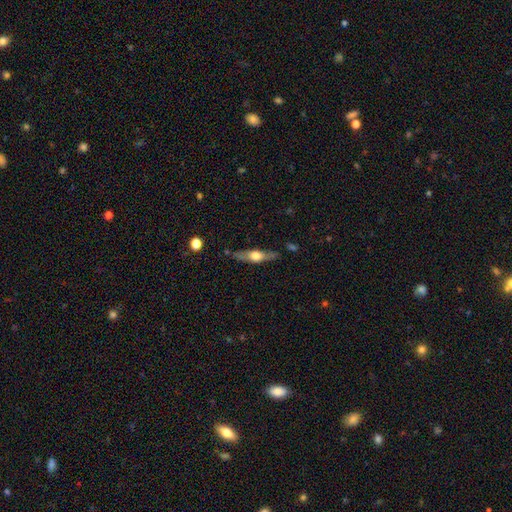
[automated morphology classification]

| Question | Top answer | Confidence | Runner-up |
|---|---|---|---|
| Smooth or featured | featured or disk | 61% | smooth (33%) |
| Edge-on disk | yes | 91% | no (9%) |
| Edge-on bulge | rounded | 91% | boxy (6%) |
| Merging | none | 79% | minor disturbance (15%) |